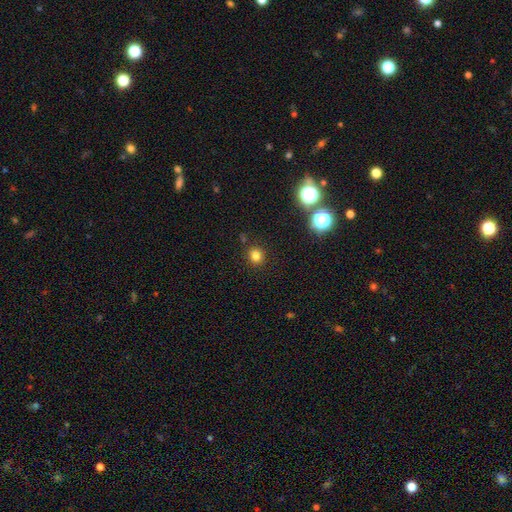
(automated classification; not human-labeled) A smooth galaxy with no disk features (79%) that is round (87%). Merging: none (88%).